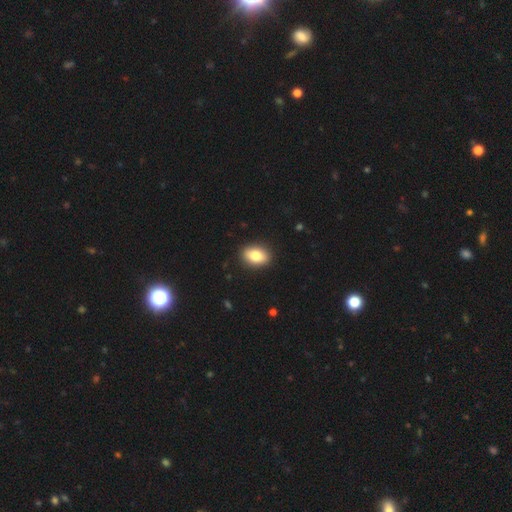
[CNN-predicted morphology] Overall: smooth (82%). How rounded: in between (84%). Merging: none (90%).